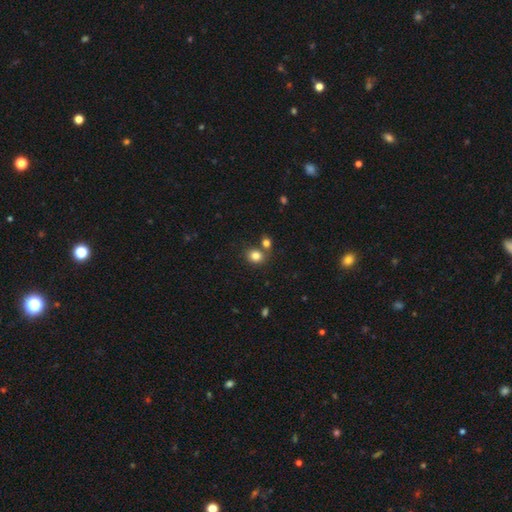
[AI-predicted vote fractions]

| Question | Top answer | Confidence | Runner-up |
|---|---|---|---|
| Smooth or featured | smooth | 82% | star or artifact (12%) |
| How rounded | round | 68% | in between (31%) |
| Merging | none | 66% | merger (22%) |